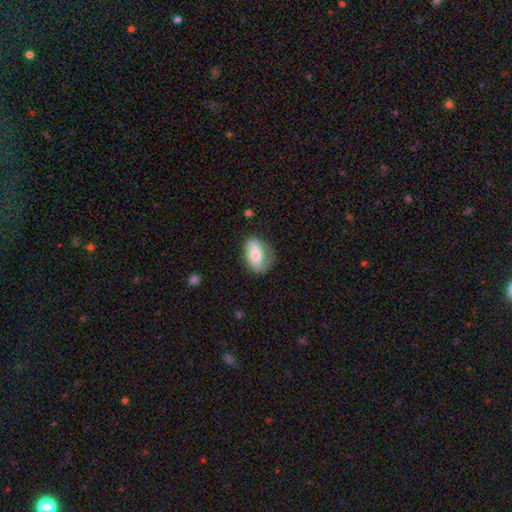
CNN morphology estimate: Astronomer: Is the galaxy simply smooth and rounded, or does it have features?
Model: smooth — 65%.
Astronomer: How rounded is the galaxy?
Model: in between — 81%.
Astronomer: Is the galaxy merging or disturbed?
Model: none — 35%, tied with merger at 35%.